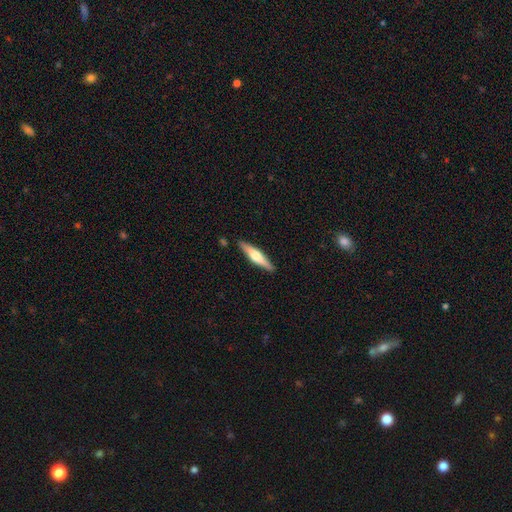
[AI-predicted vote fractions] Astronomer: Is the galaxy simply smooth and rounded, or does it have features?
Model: featured or disk — 54% (runner-up: smooth, 41%).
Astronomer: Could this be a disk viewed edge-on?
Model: yes — 96%.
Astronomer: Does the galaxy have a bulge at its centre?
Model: rounded — 89%.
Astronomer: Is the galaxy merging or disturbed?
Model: none — 89%.